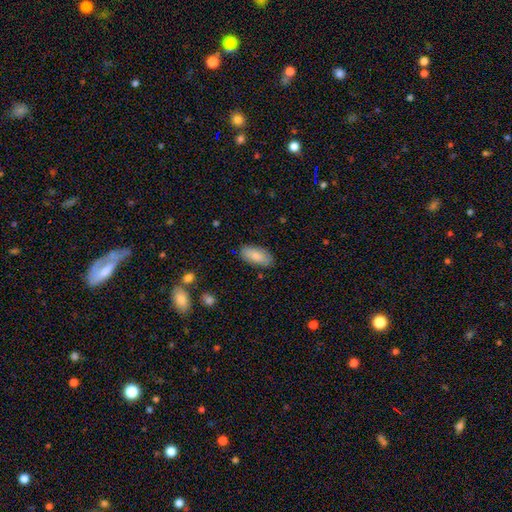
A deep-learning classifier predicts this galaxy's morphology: The model was most divided on "merging": none: 85%, minor disturbance: 11%, major disturbance: 3%, merger: 1%. More confident: how rounded — in between (89%); smooth or featured — smooth (86%).